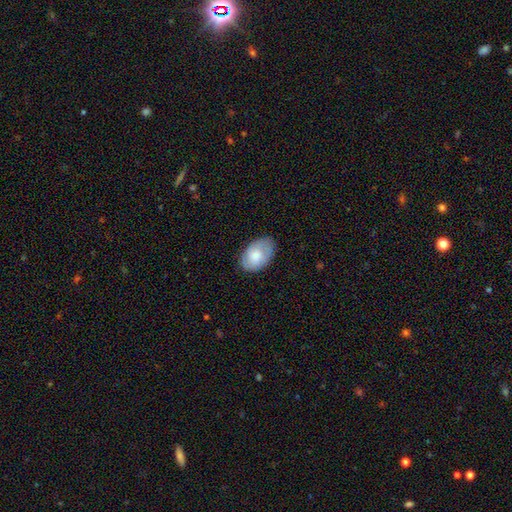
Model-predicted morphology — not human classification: smooth 72%, featured or disk 22%, star or artifact 6%. Down the decision tree: how rounded — in between (90%); merging — none (78%).